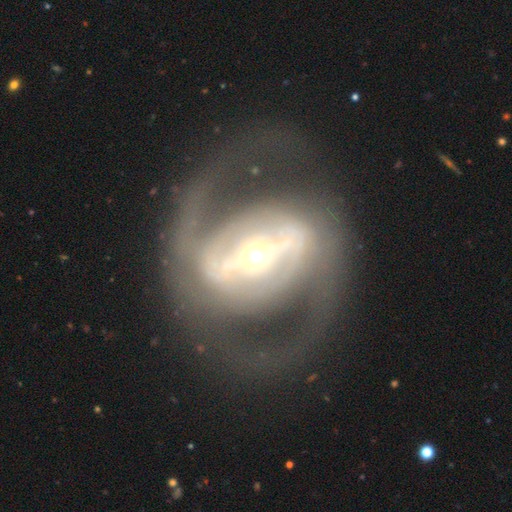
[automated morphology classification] smooth-or-featured: featured or disk: 86% | smooth: 9% | star or artifact: 6%
  disk-edge-on: no: 94% | yes: 6%
    bar: strong: 64% | weak: 22% | no: 14%
    has-spiral-arms: yes: 75% | no: 25%
      spiral-winding: medium: 46% | tight: 31% | loose: 22%
      spiral-arm-count: 2: 80% | can't tell: 11% | 3: 3% | 1: 3% | 4: 2% | more than 4: 1%
    bulge-size: small: 63% | moderate: 30% | large: 5% | dominant: 2% | none: 1%
  merging: none: 69% | major disturbance: 18% | minor disturbance: 12% | merger: 2%